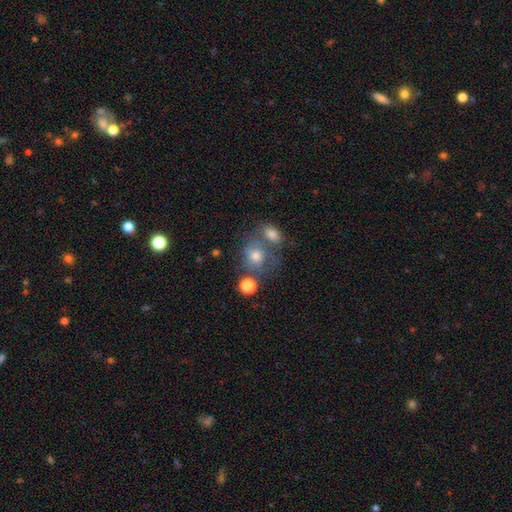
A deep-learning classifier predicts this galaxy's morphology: smooth_or_featured: smooth (p=0.63) [alt: featured or disk p=0.22]
how_rounded: round (p=0.68) [alt: in between p=0.31]
merging: none (p=0.44) [alt: merger p=0.35]